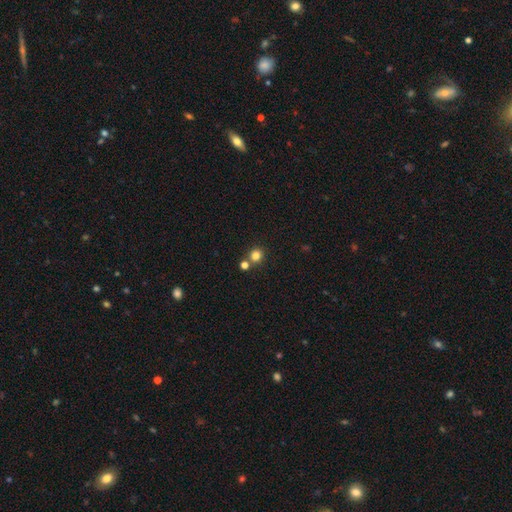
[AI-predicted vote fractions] Q: Smooth or featured?
A: smooth (81%); runner-up: star or artifact (14%)
Q: How rounded?
A: round (90%); runner-up: in between (9%)
Q: Merging?
A: none (72%); runner-up: merger (18%)